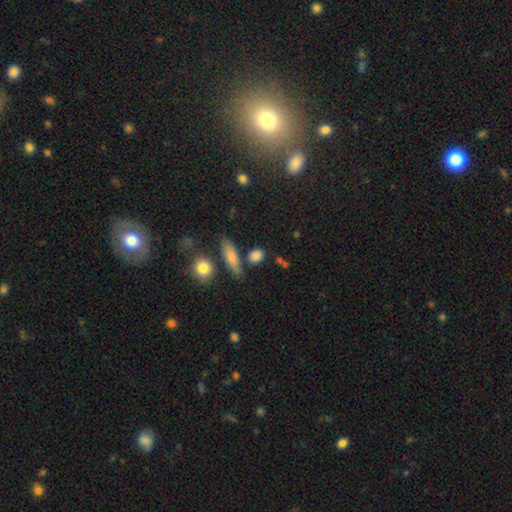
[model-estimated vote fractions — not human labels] The model was most divided on "how rounded": round: 47%, in between: 43%, cigar-shaped: 10%. More confident: smooth or featured — smooth (84%); merging — none (75%).